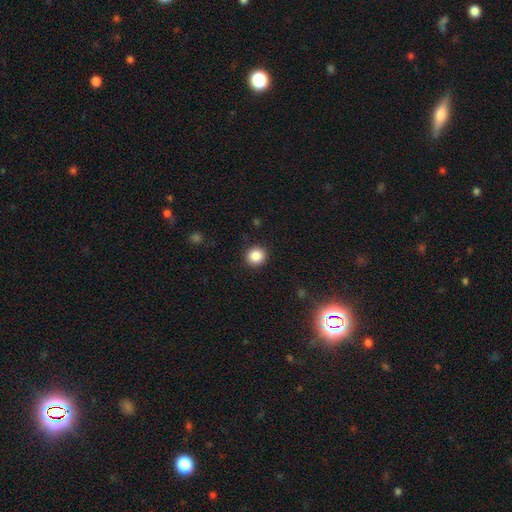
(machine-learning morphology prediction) type=smooth (87%); roundness=round (93%); merging=none (92%).